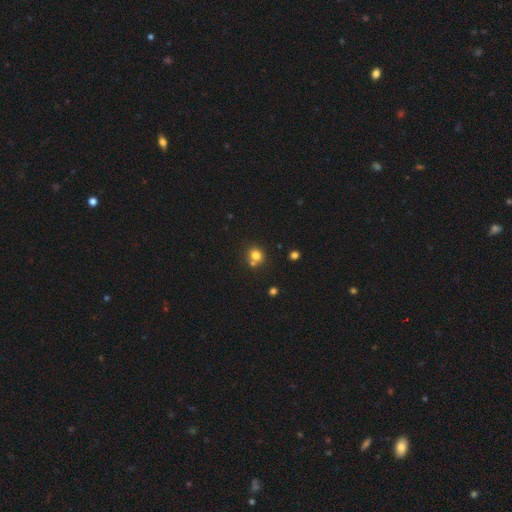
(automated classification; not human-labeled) This is likely a smooth galaxy (78%). How rounded: likely round (77%). Merging: possibly none (60%).